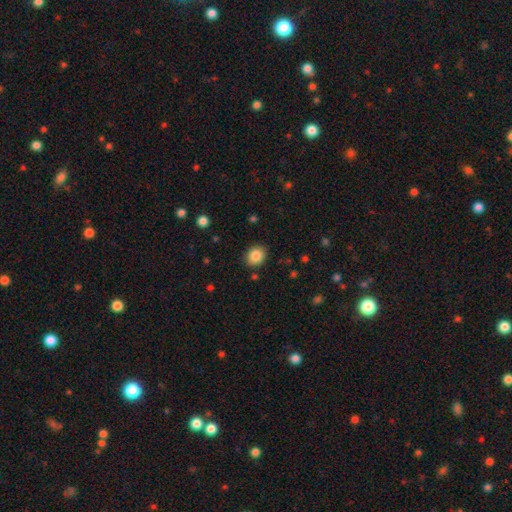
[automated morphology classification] Smooth or featured: smooth — 86% (star or artifact — 9%)
How rounded: round — 56% (in between — 43%)
Merging: none — 86% (minor disturbance — 10%)